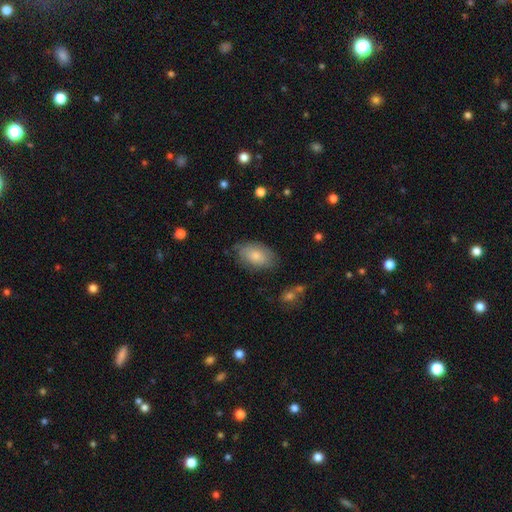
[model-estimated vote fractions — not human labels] Overall: smooth (73%). How rounded: in between (91%). Merging: none (68%).